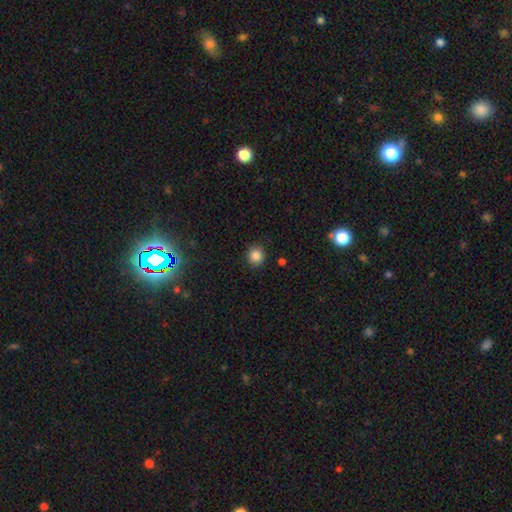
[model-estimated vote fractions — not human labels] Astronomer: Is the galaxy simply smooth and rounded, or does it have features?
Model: smooth — 84%.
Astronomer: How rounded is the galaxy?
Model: round — 91%.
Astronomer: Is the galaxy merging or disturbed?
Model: none — 91%.